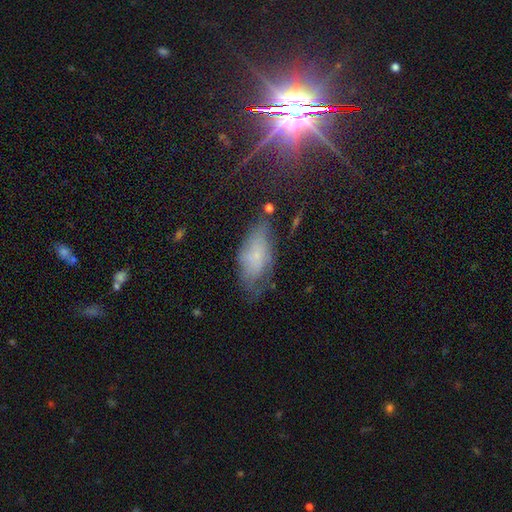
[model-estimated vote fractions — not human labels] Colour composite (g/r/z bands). It shows a smooth galaxy with no disk features (50%) that is in between round and cigar-shaped (87%). Merging: none (50%).